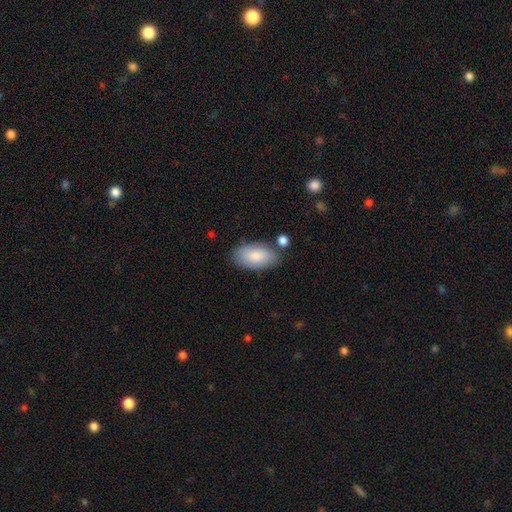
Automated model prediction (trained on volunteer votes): Q: Smooth or featured?
A: smooth (84%); runner-up: featured or disk (11%)
Q: How rounded?
A: in between (95%); runner-up: round (3%)
Q: Merging?
A: none (73%); runner-up: minor disturbance (17%)